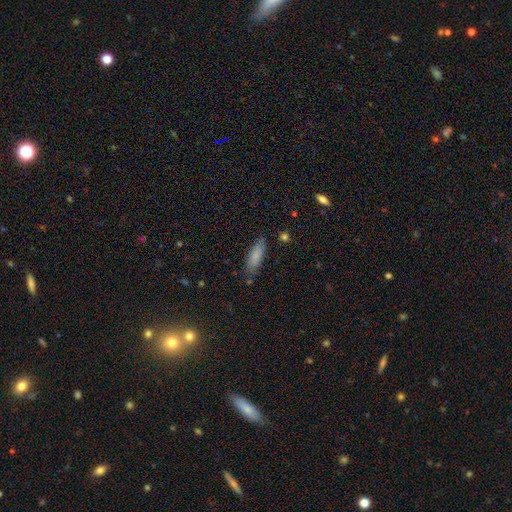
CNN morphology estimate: Q: Smooth or featured?
A: smooth (80%); runner-up: featured or disk (13%)
Q: How rounded?
A: in between (59%); runner-up: cigar-shaped (39%)
Q: Merging?
A: none (77%); runner-up: minor disturbance (17%)